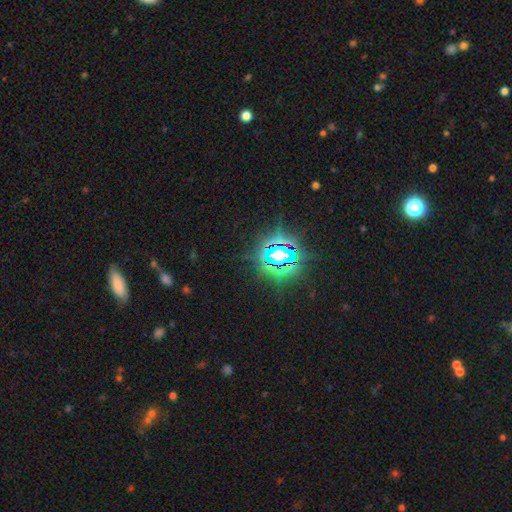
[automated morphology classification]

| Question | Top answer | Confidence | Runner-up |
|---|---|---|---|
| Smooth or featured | star or artifact | 79% | smooth (13%) |